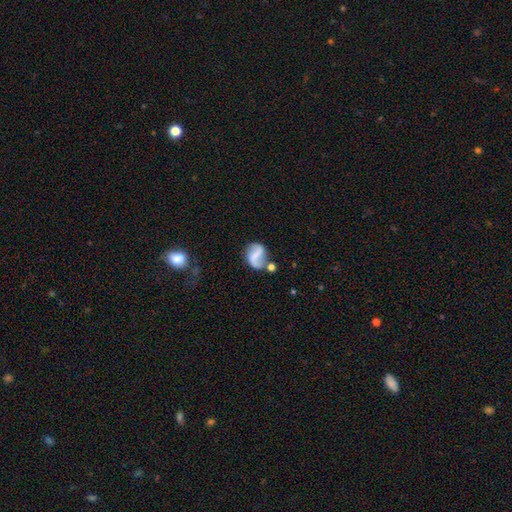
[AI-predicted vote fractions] Overall: featured or disk (66%). Edge-on disk: no (98%). Bar: strong (44%; weak 34%). Spiral arms: yes (85%). Spiral arm count: 2 (85%). Spiral winding: loose (58%; medium 30%). Bulge size: none (54%; small 29%). Merging: none (59%; minor disturbance 19%).